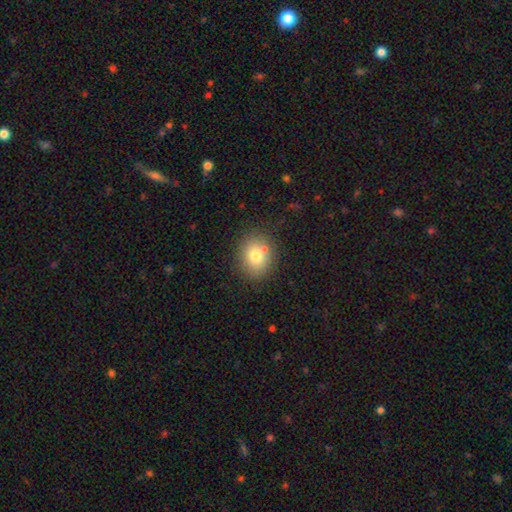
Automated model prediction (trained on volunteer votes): smooth_or_featured: smooth (p=0.75) [alt: featured or disk p=0.14]
how_rounded: round (p=0.63) [alt: in between p=0.37]
merging: none (p=0.76) [alt: minor disturbance p=0.11]